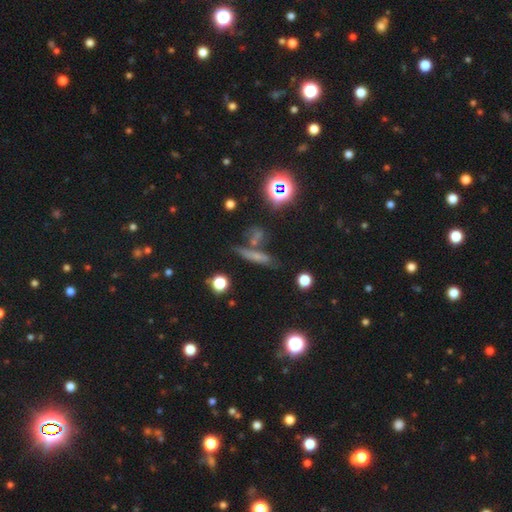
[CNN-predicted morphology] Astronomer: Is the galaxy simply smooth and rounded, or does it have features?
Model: smooth — 49% (runner-up: featured or disk, 30%).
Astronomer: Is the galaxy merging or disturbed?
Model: none — 63%.